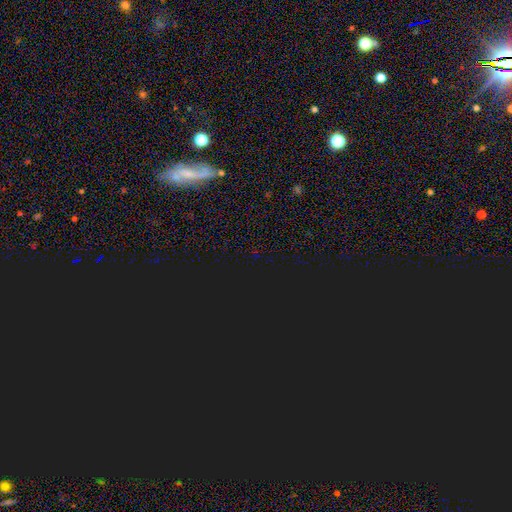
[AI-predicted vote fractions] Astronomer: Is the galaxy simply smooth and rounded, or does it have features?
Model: star or artifact — 80%.